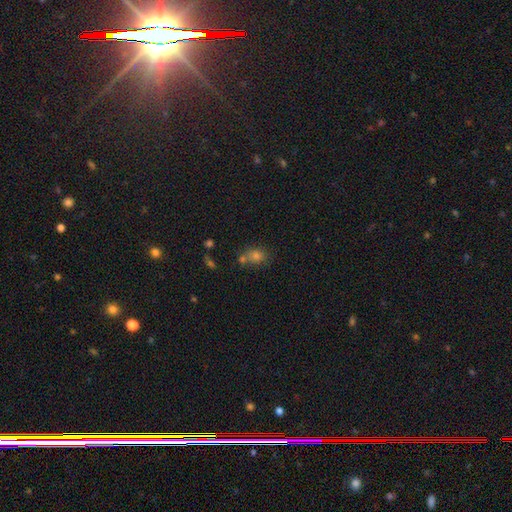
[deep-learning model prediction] Smooth or featured?
  - smooth: 70% *
  - star or artifact: 20%
  - featured or disk: 10%
How rounded?
  - round: 60% *
  - in between: 39%
  - cigar-shaped: 1%
Merging?
  - none: 56% *
  - merger: 28%
  - minor disturbance: 12%
  - major disturbance: 4%